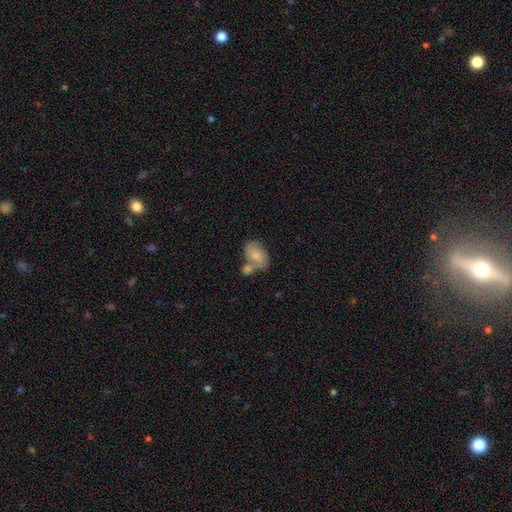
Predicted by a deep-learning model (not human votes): This appears to be a smooth galaxy with no disk features (71%) that is in between round and cigar-shaped (86%). Merging: merger (44%).